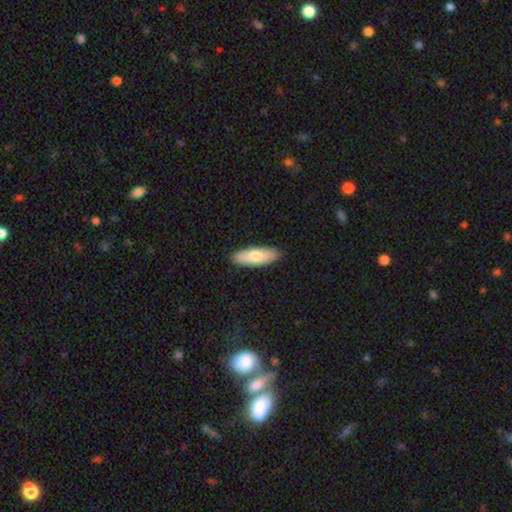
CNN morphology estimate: A smooth galaxy with no disk features (76%) that is in between round and cigar-shaped (64%). Merging: none (89%).